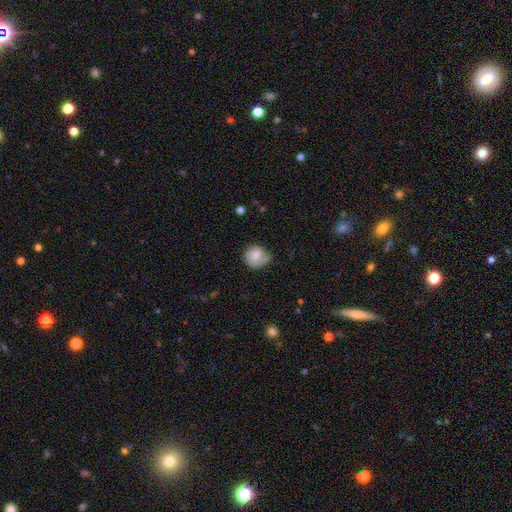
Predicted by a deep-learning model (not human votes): A smooth galaxy with no disk features (71%) that is round (79%).

Vote fractions:
- Smooth or featured? smooth: 71% / featured or disk: 22% / star or artifact: 7%
- How rounded? round: 79% / in between: 20% / cigar-shaped: 1%
- Merging? none: 50% / minor disturbance: 31% / major disturbance: 15% / merger: 4%